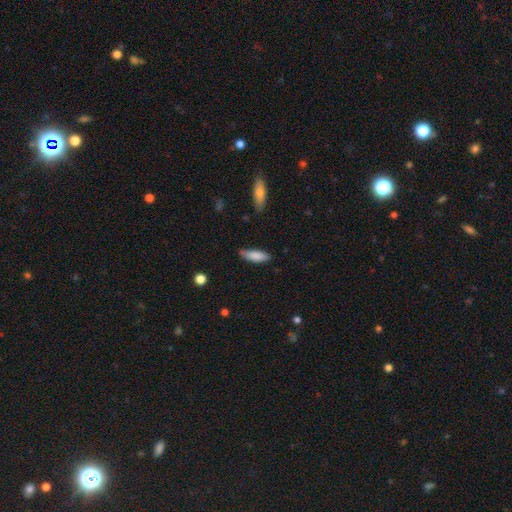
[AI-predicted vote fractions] Smooth or featured? Predicted: smooth (p=0.84). How rounded? Predicted: in between (p=0.52). Merging? Predicted: none (p=0.77).